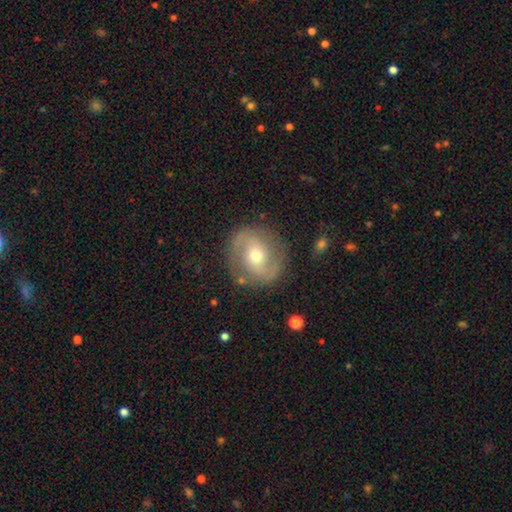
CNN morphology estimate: A featured or disk galaxy (77%) with no bar (42%), 2 (91%) medium (49%) spiral arms (89%) and a moderate central bulge (59%).

Vote fractions:
- Smooth or featured? featured or disk: 77% / smooth: 16% / star or artifact: 7%
- Edge-on disk? no: 97% / yes: 3%
- Bar? no: 42% / weak: 38% / strong: 20%
- Spiral arms? yes: 89% / no: 11%
- Spiral winding? medium: 49% / loose: 29% / tight: 22%
- Spiral arm count? 2: 91% / can't tell: 4% / 1: 2% / 3: 1% / 4: 1% / more than 4: 1%
- Bulge size? moderate: 59% / small: 35% / large: 3% / dominant: 1% / none: 1%
- Merging? none: 84% / minor disturbance: 11% / major disturbance: 4% / merger: 2%